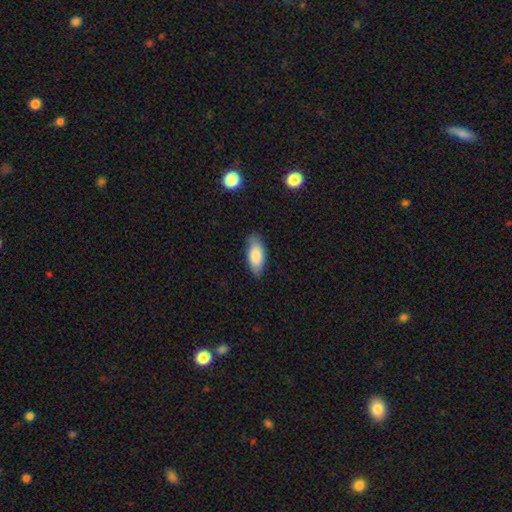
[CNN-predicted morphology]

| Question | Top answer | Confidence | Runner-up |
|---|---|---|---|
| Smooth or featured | smooth | 84% | featured or disk (10%) |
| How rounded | in between | 87% | cigar-shaped (11%) |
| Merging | none | 81% | minor disturbance (15%) |